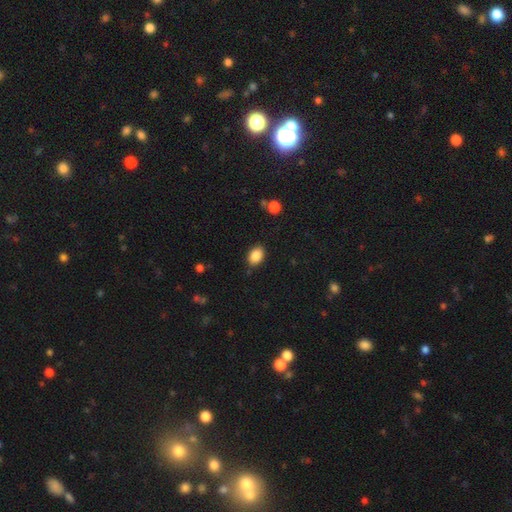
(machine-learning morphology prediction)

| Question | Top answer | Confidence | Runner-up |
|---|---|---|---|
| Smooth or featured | smooth | 88% | star or artifact (8%) |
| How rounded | in between | 81% | round (18%) |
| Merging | none | 85% | minor disturbance (11%) |